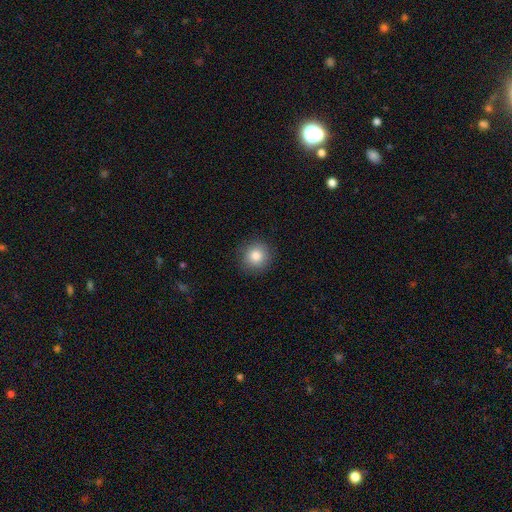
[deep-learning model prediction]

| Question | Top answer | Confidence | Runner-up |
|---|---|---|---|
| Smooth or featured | smooth | 84% | star or artifact (10%) |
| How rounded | round | 94% | in between (5%) |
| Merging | none | 90% | minor disturbance (7%) |